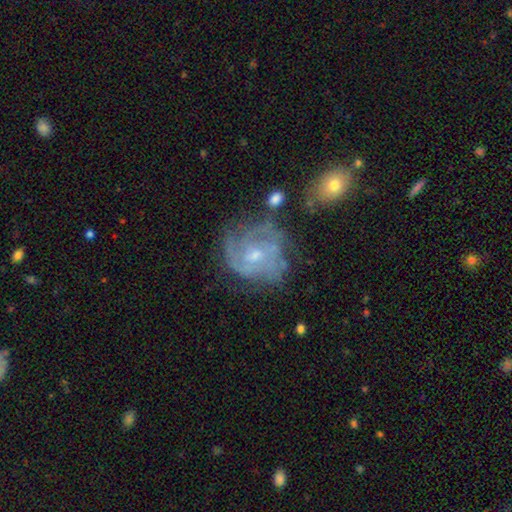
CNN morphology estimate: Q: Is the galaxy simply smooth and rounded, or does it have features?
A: featured or disk — 80%.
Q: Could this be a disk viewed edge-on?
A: no — 98%.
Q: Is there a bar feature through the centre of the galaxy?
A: no — 57%.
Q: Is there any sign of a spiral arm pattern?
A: yes — 88%.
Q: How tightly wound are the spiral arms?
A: tight — 55%.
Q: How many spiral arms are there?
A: can't tell — 40%.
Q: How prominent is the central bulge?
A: small — 53%.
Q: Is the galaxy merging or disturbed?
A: none — 57%.